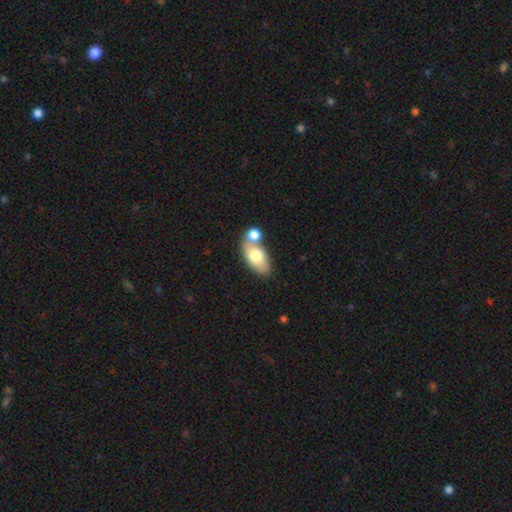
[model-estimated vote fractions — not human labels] Smooth or featured?
  - smooth: 70% *
  - featured or disk: 23%
  - star or artifact: 7%
How rounded?
  - in between: 88% *
  - round: 7%
  - cigar-shaped: 5%
Merging?
  - none: 45% *
  - merger: 39%
  - minor disturbance: 12%
  - major disturbance: 5%